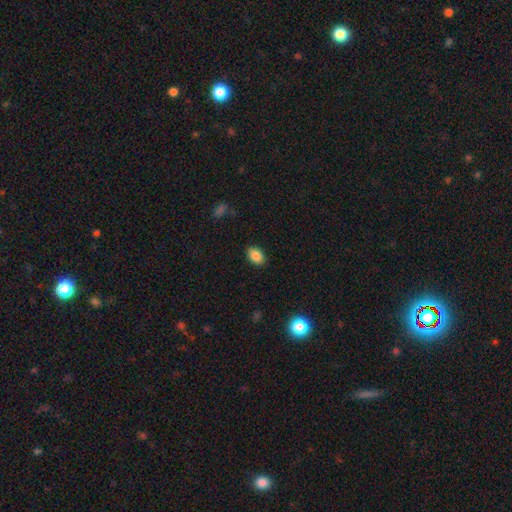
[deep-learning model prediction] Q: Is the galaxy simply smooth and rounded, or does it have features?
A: smooth — 87%.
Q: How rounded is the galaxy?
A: in between — 80%.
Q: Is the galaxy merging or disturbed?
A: none — 88%.